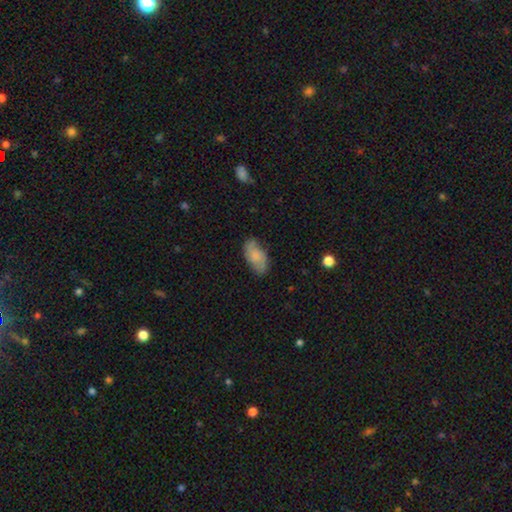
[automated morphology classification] Smooth or featured? Predicted: smooth (p=0.67). How rounded? Predicted: in between (p=0.93). Merging? Predicted: none (p=0.73).